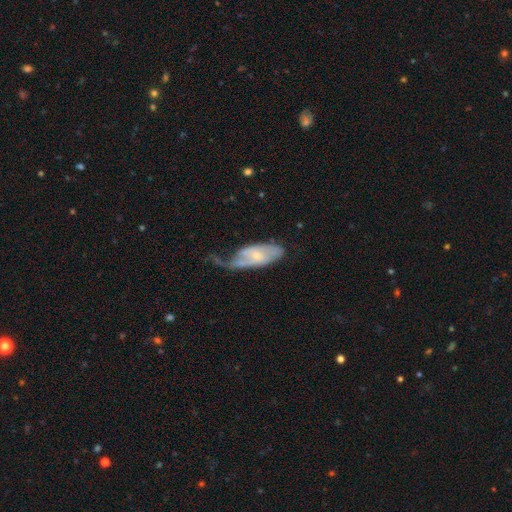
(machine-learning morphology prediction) Smooth or featured?
  - featured or disk: 62% *
  - smooth: 32%
  - star or artifact: 6%
Edge-on disk?
  - no: 89% *
  - yes: 11%
Bar?
  - no: 63% *
  - weak: 30%
  - strong: 8%
Spiral arms?
  - yes: 76% *
  - no: 24%
Bulge size?
  - small: 67% *
  - moderate: 25%
  - none: 5%
  - large: 2%
  - dominant: 1%
Merging?
  - major disturbance: 43% *
  - minor disturbance: 29%
  - none: 24%
  - merger: 4%